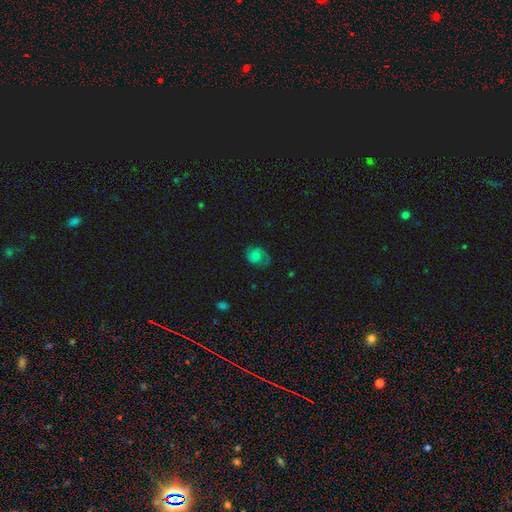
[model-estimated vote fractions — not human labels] smooth_or_featured: featured or disk (p=0.51) [alt: smooth p=0.38]
disk_edge_on: no (p=0.97) [alt: yes p=0.03]
merging: none (p=0.61) [alt: minor disturbance p=0.24]